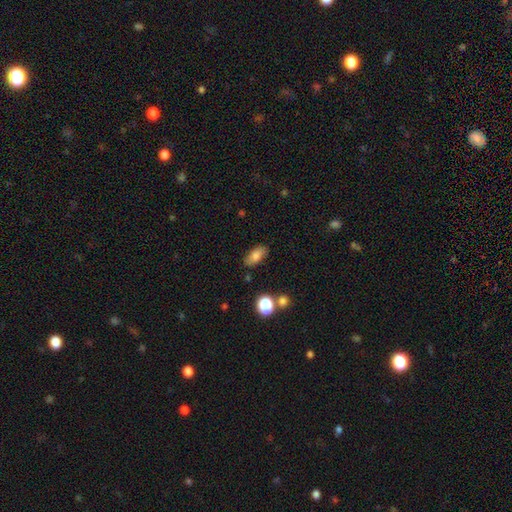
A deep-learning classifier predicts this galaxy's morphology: Smooth or featured: smooth — 77% (featured or disk — 14%)
How rounded: in between — 86% (cigar-shaped — 8%)
Merging: none — 83% (minor disturbance — 12%)